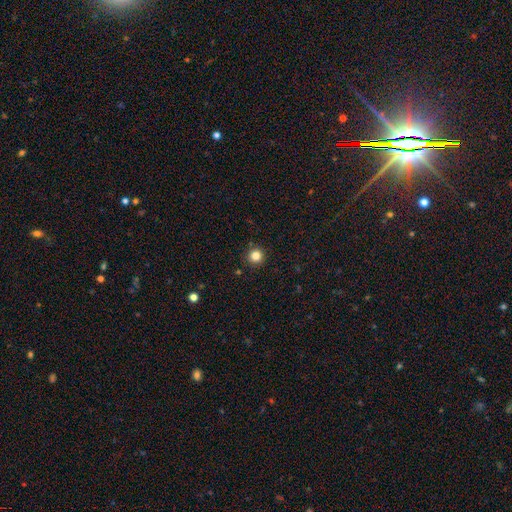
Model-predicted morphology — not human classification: The model was most divided on "smooth or featured": smooth: 84%, star or artifact: 12%, featured or disk: 4%. More confident: how rounded — round (95%); merging — none (91%).